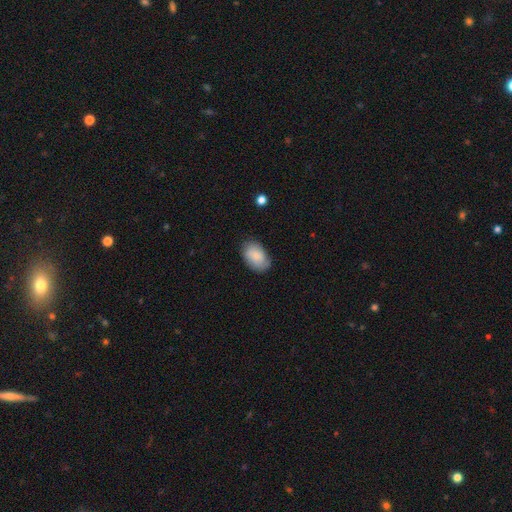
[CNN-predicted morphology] A smooth galaxy with no disk features (82%) that is in between round and cigar-shaped (89%). Merging: none (70%).